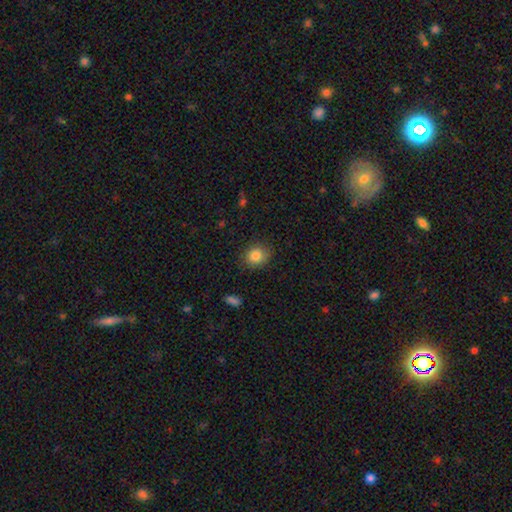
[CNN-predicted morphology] The model was most divided on "how rounded": round: 67%, in between: 32%, cigar-shaped: 1%. More confident: merging — none (84%); smooth or featured — smooth (84%).